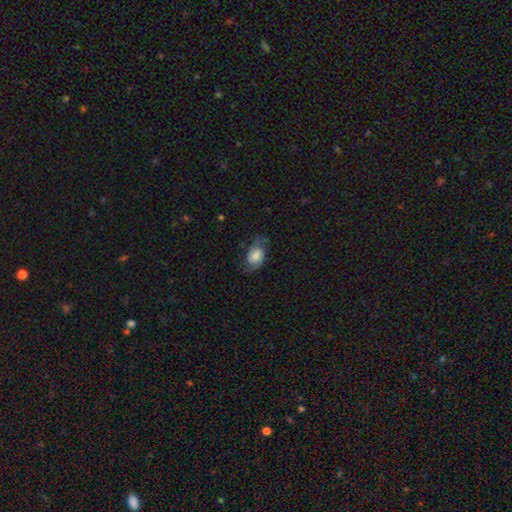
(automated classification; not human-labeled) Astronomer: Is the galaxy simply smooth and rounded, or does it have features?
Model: featured or disk — 73%.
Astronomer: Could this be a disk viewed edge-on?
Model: no — 96%.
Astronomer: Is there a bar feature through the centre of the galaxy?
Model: no — 61%.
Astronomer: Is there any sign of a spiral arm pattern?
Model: yes — 94%.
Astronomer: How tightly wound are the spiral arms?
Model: medium — 48% (runner-up: loose, 34%).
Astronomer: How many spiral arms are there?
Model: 2 — 91%.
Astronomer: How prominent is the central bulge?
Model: large — 33% (runner-up: moderate, 29%).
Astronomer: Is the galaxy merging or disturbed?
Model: none — 73%.